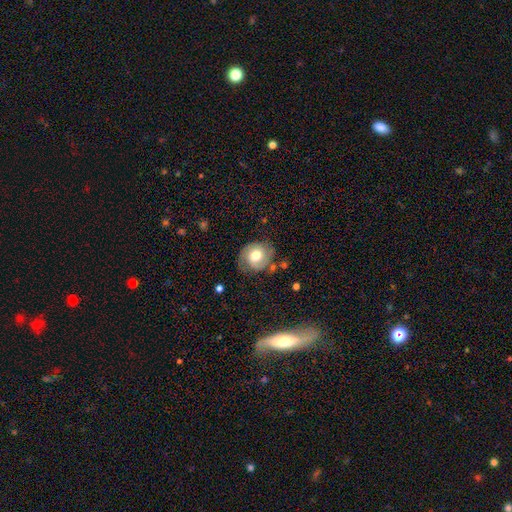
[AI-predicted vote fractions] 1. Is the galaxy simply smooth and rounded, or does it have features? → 46% featured or disk (tied), 46% smooth (tied), 8% star or artifact.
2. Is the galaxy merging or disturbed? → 68% none, 21% minor disturbance, 8% major disturbance, 3% merger.